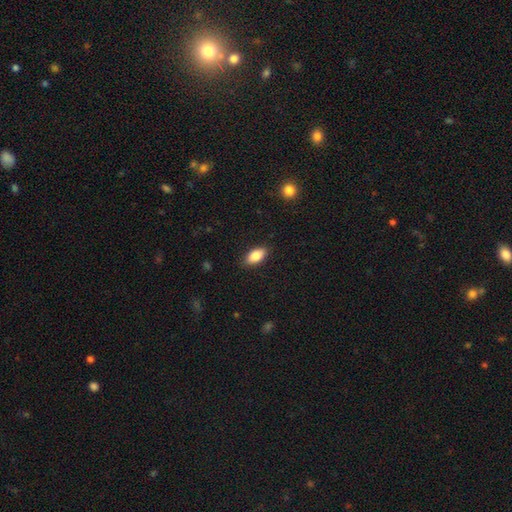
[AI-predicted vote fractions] Morphology: type=smooth (85%); roundness=in between (91%); merging=none (87%).